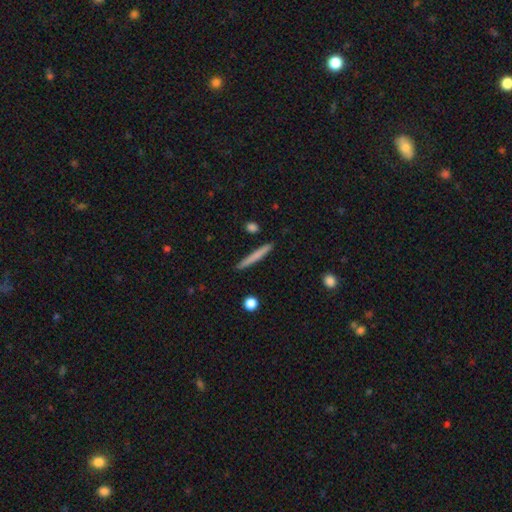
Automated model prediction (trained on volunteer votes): Smooth or featured? smooth (69%)
How rounded? cigar-shaped (96%)
Merging? none (89%)